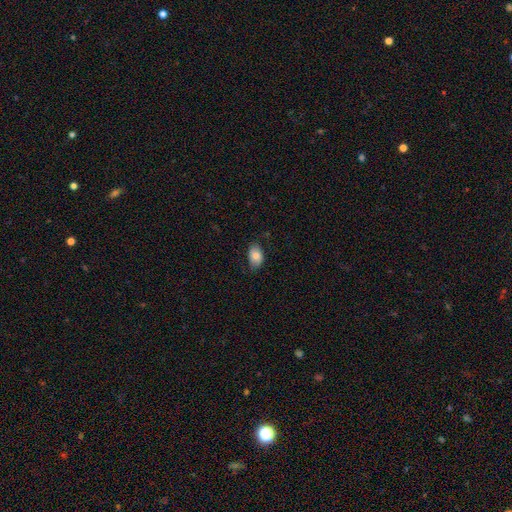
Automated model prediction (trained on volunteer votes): This appears to be a smooth galaxy with no disk features (80%) that is in between round and cigar-shaped (90%). Merging: none (76%).